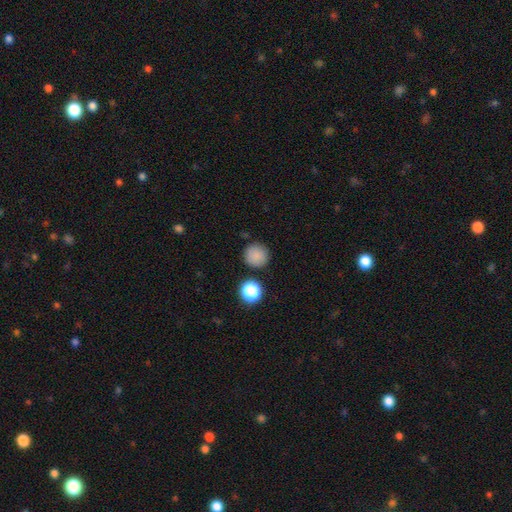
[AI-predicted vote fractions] A smooth galaxy with no disk features (83%) that is round (94%).

Vote fractions:
- Smooth or featured? smooth: 83% / star or artifact: 12% / featured or disk: 5%
- How rounded? round: 94% / in between: 5% / cigar-shaped: 1%
- Merging? none: 86% / minor disturbance: 8% / merger: 4% / major disturbance: 3%